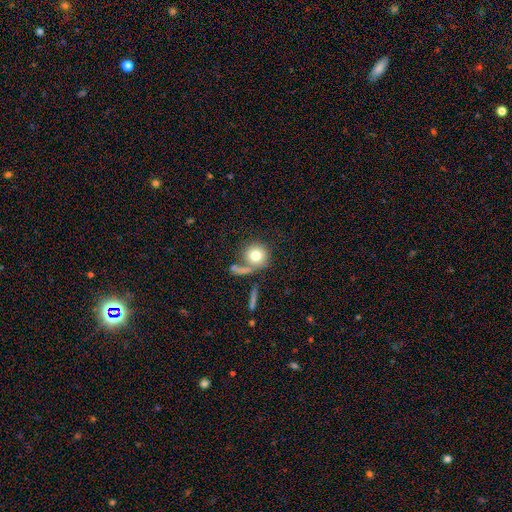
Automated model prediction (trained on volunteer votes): Smooth or featured? smooth (74%)
How rounded? round (90%)
Merging? none (52%)